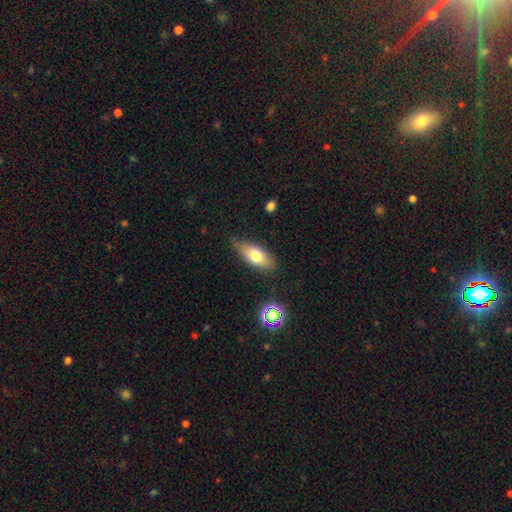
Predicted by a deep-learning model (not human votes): The model was most divided on "smooth or featured": smooth: 72%, featured or disk: 20%, star or artifact: 8%. More confident: how rounded — in between (82%); merging — none (78%).